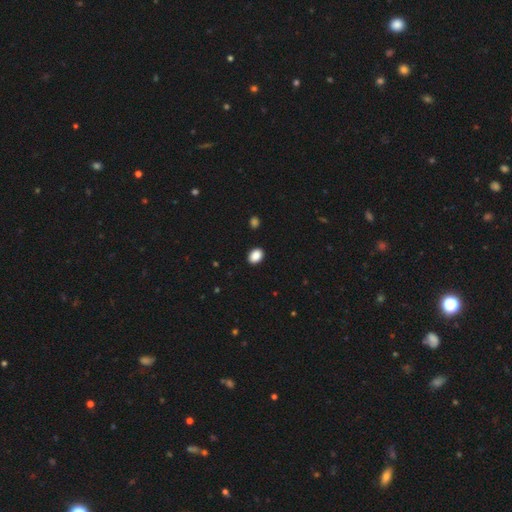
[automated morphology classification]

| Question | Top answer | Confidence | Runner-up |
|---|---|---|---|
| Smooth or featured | smooth | 89% | star or artifact (8%) |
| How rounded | in between | 74% | round (25%) |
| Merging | none | 91% | minor disturbance (7%) |